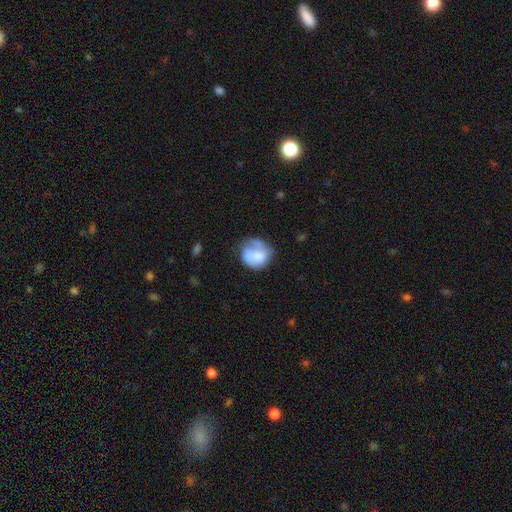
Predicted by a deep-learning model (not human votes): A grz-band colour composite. It shows a smooth galaxy with no disk features (62%) that is round (75%). Merging: none (40%).